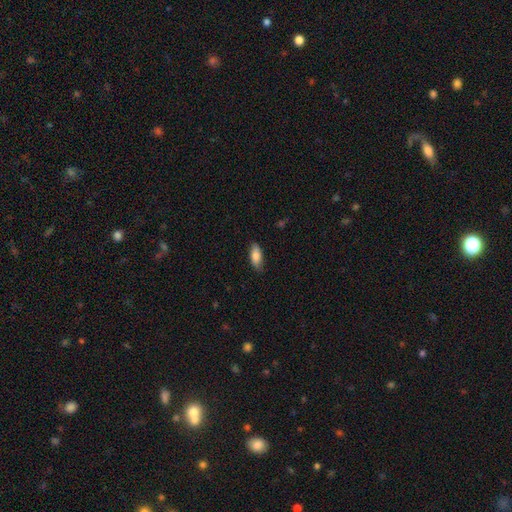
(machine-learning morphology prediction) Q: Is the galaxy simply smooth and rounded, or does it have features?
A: smooth — 80%.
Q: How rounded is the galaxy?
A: in between — 83%.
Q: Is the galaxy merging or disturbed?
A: none — 82%.